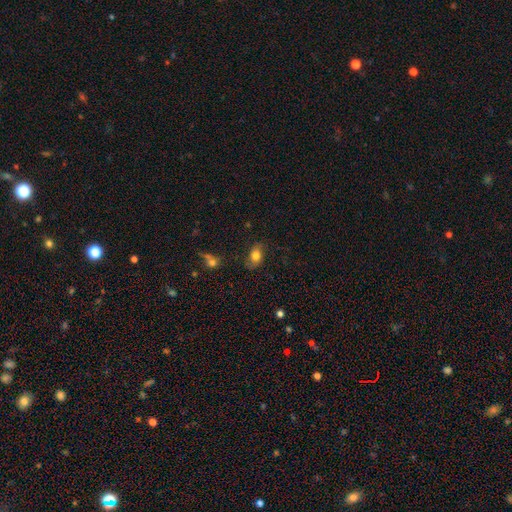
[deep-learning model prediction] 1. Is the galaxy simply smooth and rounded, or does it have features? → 67% smooth, 22% featured or disk, 10% star or artifact.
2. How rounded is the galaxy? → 78% in between, 19% round, 2% cigar-shaped.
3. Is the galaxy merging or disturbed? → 69% none, 20% minor disturbance, 8% major disturbance, 3% merger.